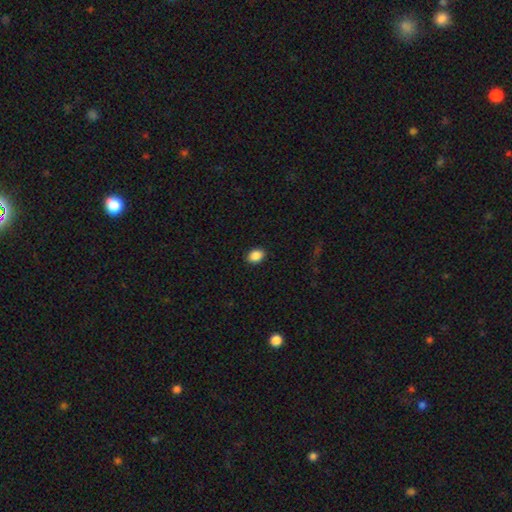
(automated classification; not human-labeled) smooth-or-featured: smooth: 88% | star or artifact: 9% | featured or disk: 3%
  how-rounded: in between: 69% | round: 30% | cigar-shaped: 1%
  merging: none: 90% | minor disturbance: 7% | major disturbance: 2% | merger: 1%